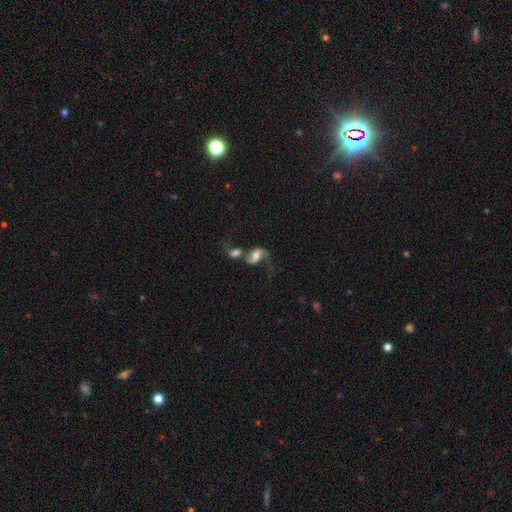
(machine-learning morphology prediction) Q: Smooth or featured?
A: featured or disk (62%); runner-up: smooth (27%)
Q: Edge-on disk?
A: no (95%); runner-up: yes (5%)
Q: Bar?
A: no (53%); runner-up: weak (33%)
Q: Spiral arms?
A: yes (83%); runner-up: no (17%)
Q: Bulge size?
A: moderate (51%); runner-up: large (21%)
Q: Merging?
A: merger (60%); runner-up: none (18%)